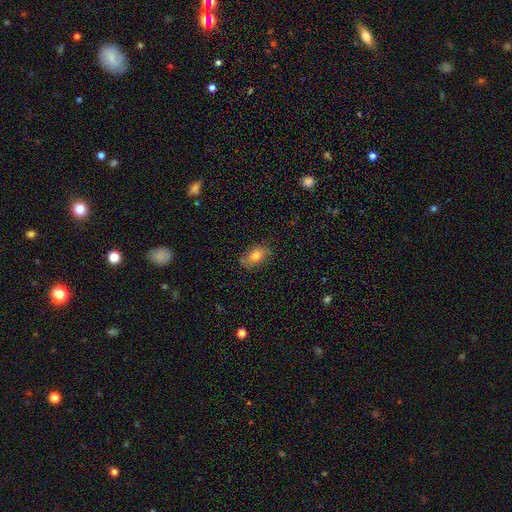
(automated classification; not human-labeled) This appears to be a smooth galaxy with no disk features (76%) that is in between round and cigar-shaped (88%). Merging: none (78%).